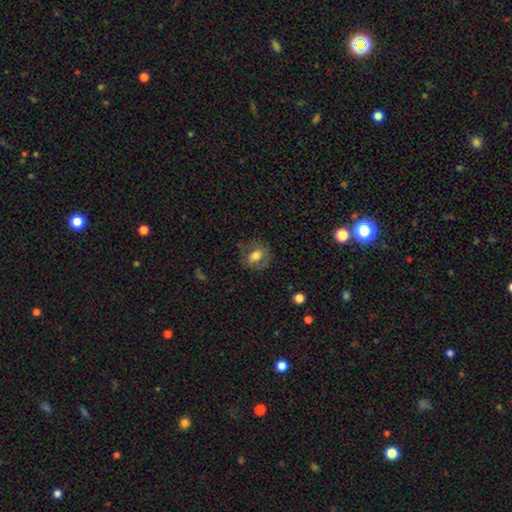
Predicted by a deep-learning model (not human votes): Smooth or featured?
  - smooth: 62% *
  - featured or disk: 29%
  - star or artifact: 9%
How rounded?
  - in between: 51% *
  - round: 48%
  - cigar-shaped: 1%
Merging?
  - none: 66% *
  - minor disturbance: 20%
  - major disturbance: 12%
  - merger: 2%